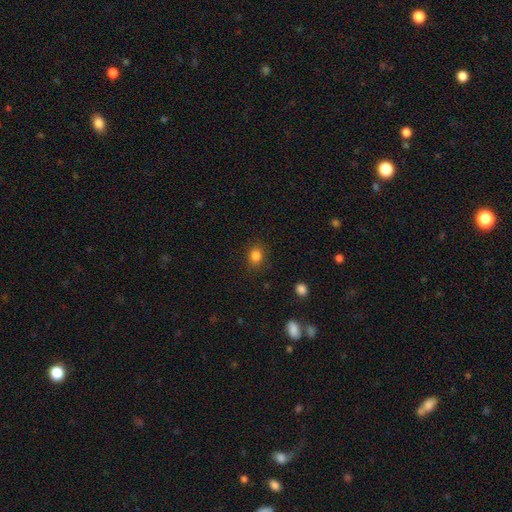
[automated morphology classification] smooth_or_featured: smooth (p=0.84) [alt: star or artifact p=0.12]
how_rounded: round (p=0.61) [alt: in between p=0.38]
merging: none (p=0.85) [alt: minor disturbance p=0.10]